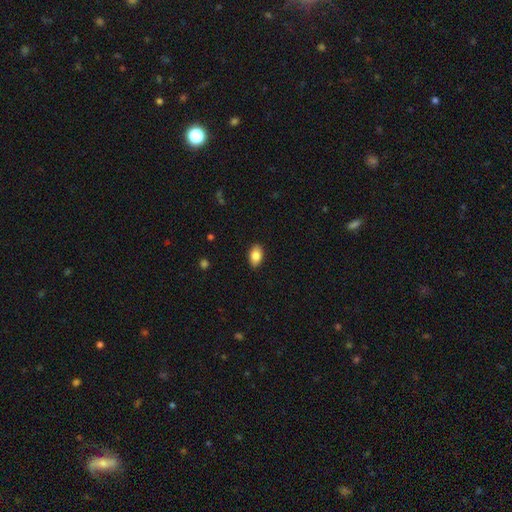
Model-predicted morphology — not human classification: This is clearly a smooth galaxy (85%). How rounded: clearly in between (90%). Merging: clearly none (88%).